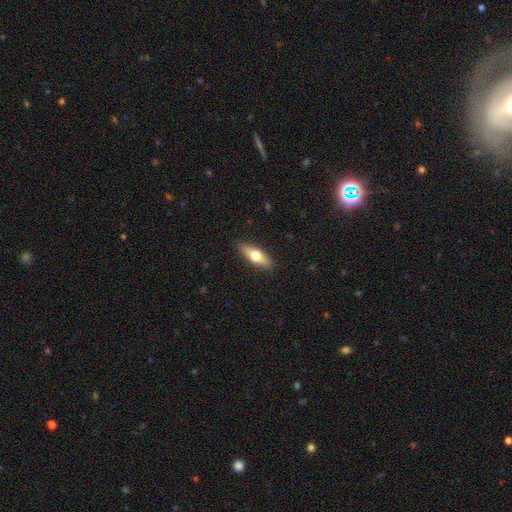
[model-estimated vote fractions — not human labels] smooth-or-featured: smooth: 59% | featured or disk: 35% | star or artifact: 6%
  how-rounded: in between: 57% | cigar-shaped: 40% | round: 3%
  merging: none: 89% | minor disturbance: 8% | major disturbance: 2% | merger: 1%